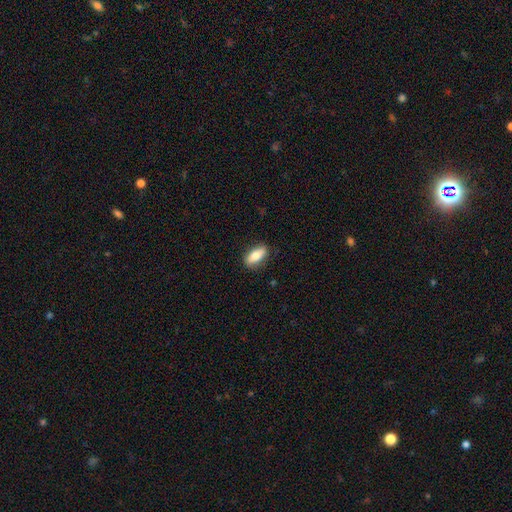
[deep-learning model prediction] A smooth galaxy with no disk features (74%) that is in between round and cigar-shaped (79%).

Vote fractions:
- Smooth or featured? smooth: 74% / featured or disk: 19% / star or artifact: 6%
- How rounded? in between: 79% / cigar-shaped: 17% / round: 4%
- Merging? none: 85% / minor disturbance: 11% / major disturbance: 2% / merger: 1%